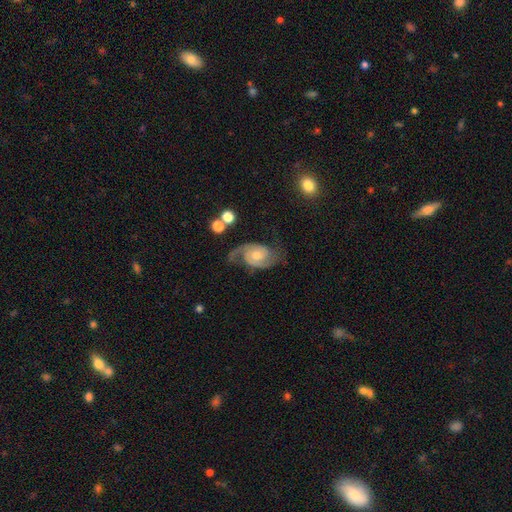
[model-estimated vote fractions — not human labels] Morphology: type=featured or disk (87%); edge-on=no (97%); bar=no (65%); spiral arms=yes (97%); winding=medium (51%); arm count=2 (90%); bulge=moderate (57%); merging=none (69%).